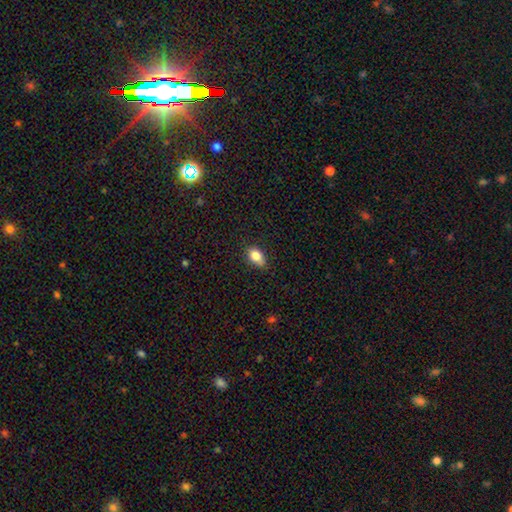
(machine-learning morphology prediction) type=smooth (84%); roundness=in between (82%); merging=none (69%).